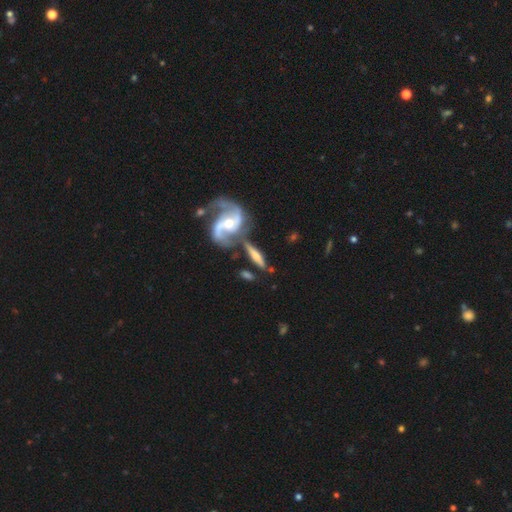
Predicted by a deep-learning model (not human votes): Smooth or featured? Predicted: featured or disk (p=0.68). Edge-on disk? Predicted: no (p=0.51). Merging? Predicted: none (p=0.54).